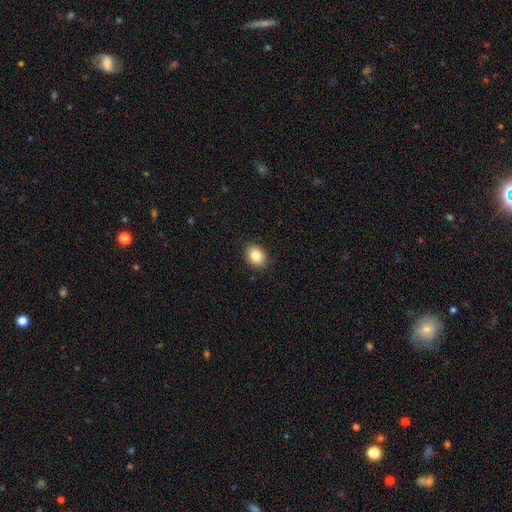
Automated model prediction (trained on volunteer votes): Smooth or featured: smooth — 84% (star or artifact — 9%)
How rounded: in between — 55% (round — 44%)
Merging: none — 88% (minor disturbance — 9%)